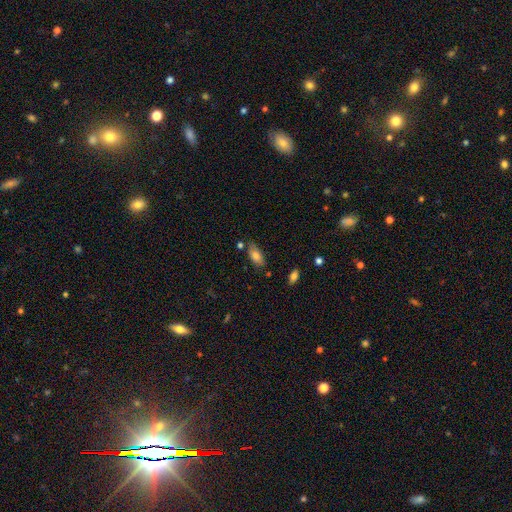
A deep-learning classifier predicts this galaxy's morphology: The model was most divided on "merging": none: 70%, minor disturbance: 20%, merger: 6%, major disturbance: 4%. More confident: how rounded — in between (88%); smooth or featured — smooth (78%).